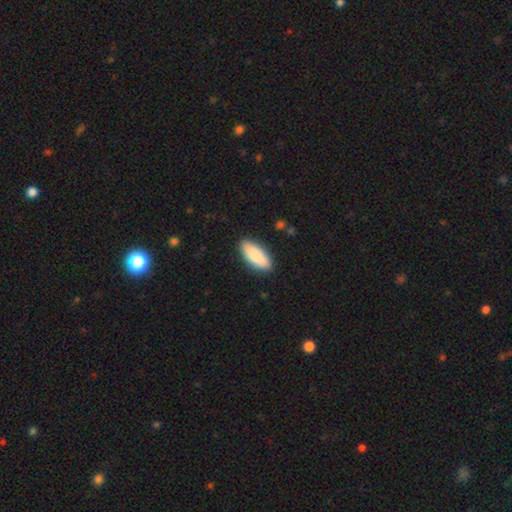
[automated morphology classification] smooth 89%, featured or disk 6%, star or artifact 5%. Down the decision tree: how rounded — in between (77%); merging — none (88%).